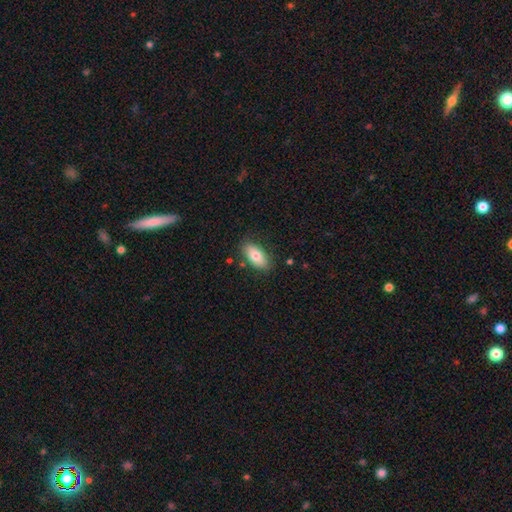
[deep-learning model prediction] Smooth or featured?
  - smooth: 77% *
  - featured or disk: 16%
  - star or artifact: 7%
How rounded?
  - in between: 90% *
  - cigar-shaped: 6%
  - round: 4%
Merging?
  - none: 81% *
  - minor disturbance: 13%
  - major disturbance: 3%
  - merger: 2%